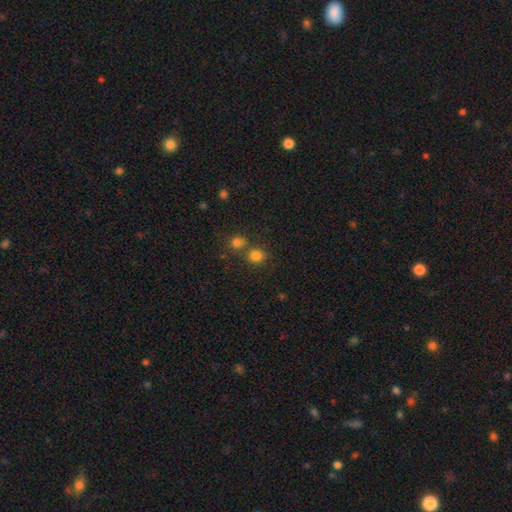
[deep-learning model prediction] Smooth or featured?
  - smooth: 80% *
  - star or artifact: 15%
  - featured or disk: 5%
How rounded?
  - round: 84% *
  - in between: 15%
  - cigar-shaped: 1%
Merging?
  - none: 64% *
  - merger: 25%
  - minor disturbance: 8%
  - major disturbance: 3%